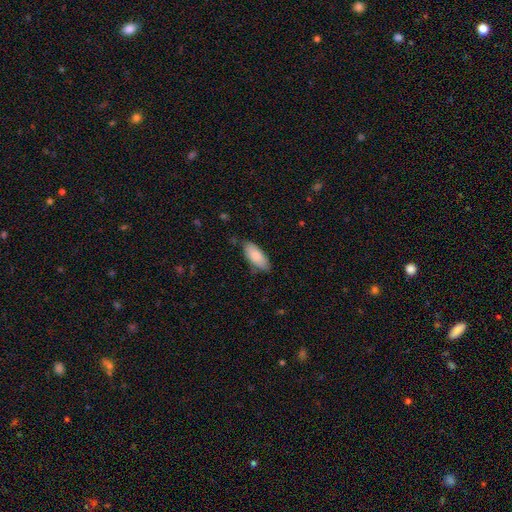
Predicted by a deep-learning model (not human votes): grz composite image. It shows a smooth galaxy with no disk features (85%) that is in between round and cigar-shaped (85%). Merging: none (75%).